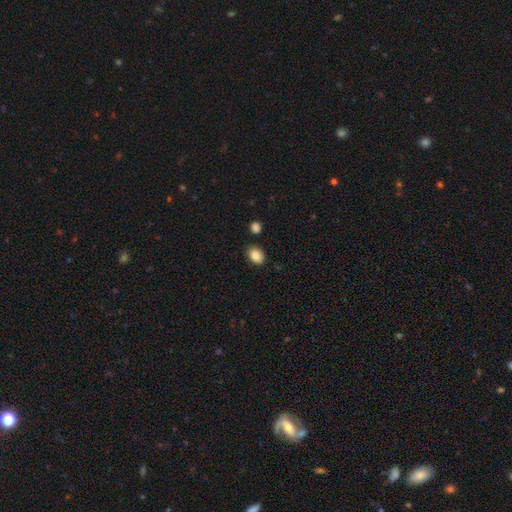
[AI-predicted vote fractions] Overall: smooth (88%). How rounded: in between (73%). Merging: none (84%).